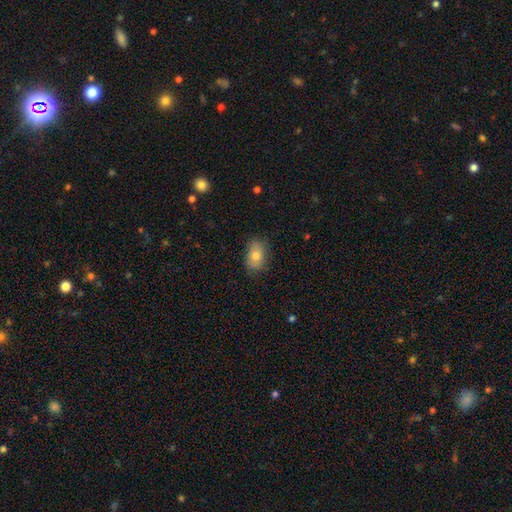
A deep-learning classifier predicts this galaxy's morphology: Smooth or featured?
  - smooth: 76% *
  - featured or disk: 16%
  - star or artifact: 9%
How rounded?
  - in between: 85% *
  - round: 13%
  - cigar-shaped: 2%
Merging?
  - none: 79% *
  - minor disturbance: 16%
  - major disturbance: 3%
  - merger: 1%